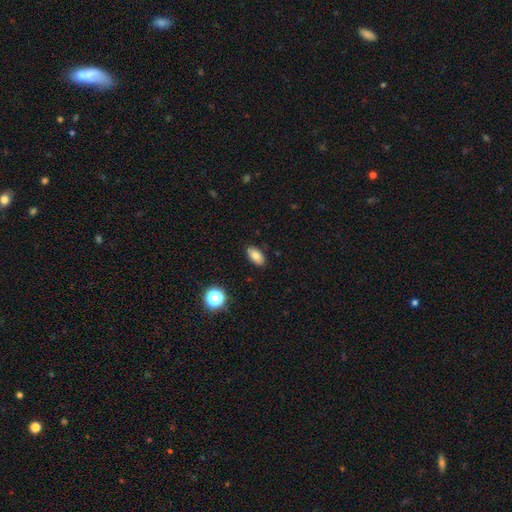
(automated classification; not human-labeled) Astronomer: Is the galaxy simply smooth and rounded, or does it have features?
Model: smooth — 81%.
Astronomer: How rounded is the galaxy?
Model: in between — 91%.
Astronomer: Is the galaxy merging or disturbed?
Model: none — 88%.